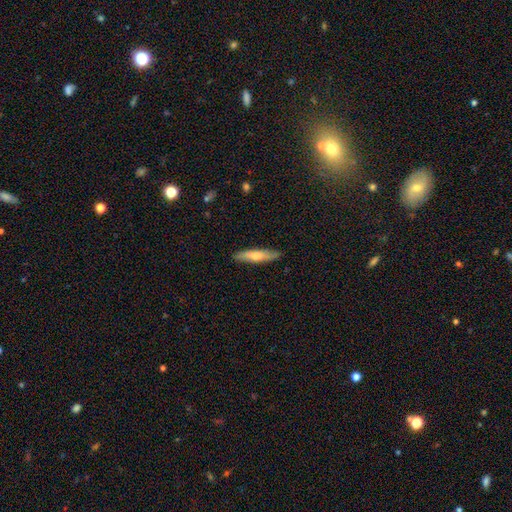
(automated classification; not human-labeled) Q: Smooth or featured?
A: smooth (64%); runner-up: featured or disk (31%)
Q: How rounded?
A: cigar-shaped (84%); runner-up: in between (15%)
Q: Merging?
A: none (87%); runner-up: minor disturbance (10%)